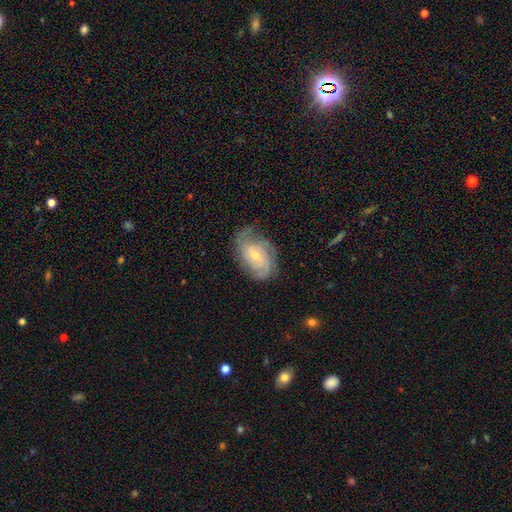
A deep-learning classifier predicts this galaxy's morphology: smooth-or-featured: featured or disk: 76% | smooth: 18% | star or artifact: 6%
  disk-edge-on: no: 97% | yes: 3%
    bar: no: 66% | weak: 29% | strong: 5%
    has-spiral-arms: yes: 93% | no: 7%
      spiral-winding: tight: 46% | medium: 38% | loose: 15%
      spiral-arm-count: 2: 32% | can't tell: 30% | 3: 20% | 4: 7% | 1: 6% | more than 4: 5%
    bulge-size: small: 68% | moderate: 26% | none: 3% | large: 2% | dominant: 1%
  merging: none: 64% | minor disturbance: 24% | major disturbance: 11% | merger: 1%